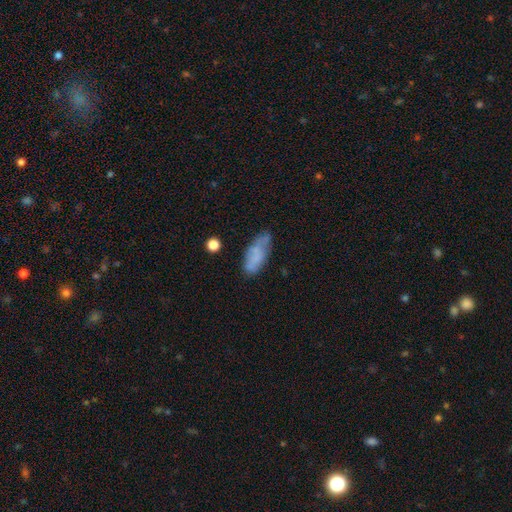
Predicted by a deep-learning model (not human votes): Morphology: type=smooth (59%); roundness=in between (76%); merging=none (57%).